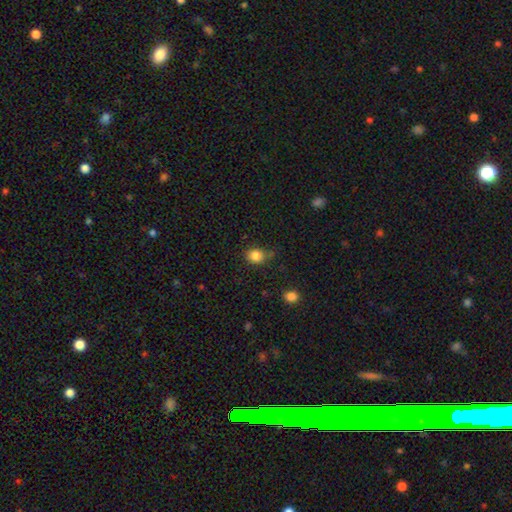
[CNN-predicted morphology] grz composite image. It shows a smooth galaxy with no disk features (85%) that is round (68%). Merging: none (72%).